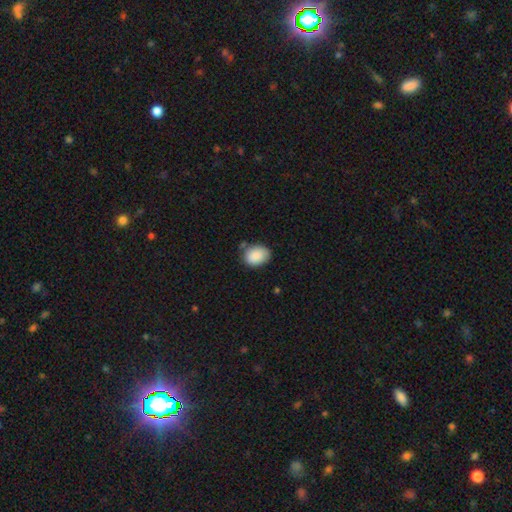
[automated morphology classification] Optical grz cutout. It shows a smooth galaxy with no disk features (89%) that is in between round and cigar-shaped (69%). Merging: none (71%).